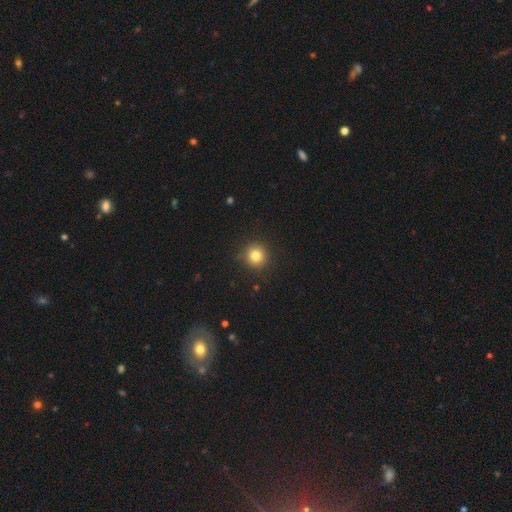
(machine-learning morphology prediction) Smooth or featured?
  - smooth: 81% *
  - star or artifact: 12%
  - featured or disk: 6%
How rounded?
  - round: 94% *
  - in between: 5%
  - cigar-shaped: 1%
Merging?
  - none: 90% *
  - minor disturbance: 7%
  - major disturbance: 2%
  - merger: 1%